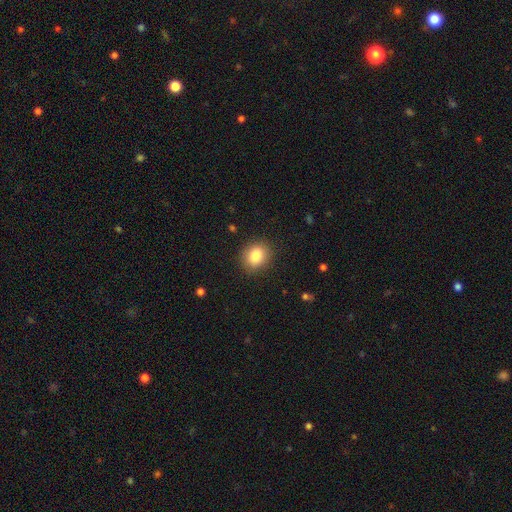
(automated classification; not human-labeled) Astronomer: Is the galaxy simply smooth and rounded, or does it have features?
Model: smooth — 86%.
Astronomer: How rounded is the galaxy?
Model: round — 56% (runner-up: in between, 43%).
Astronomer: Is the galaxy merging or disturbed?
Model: none — 87%.